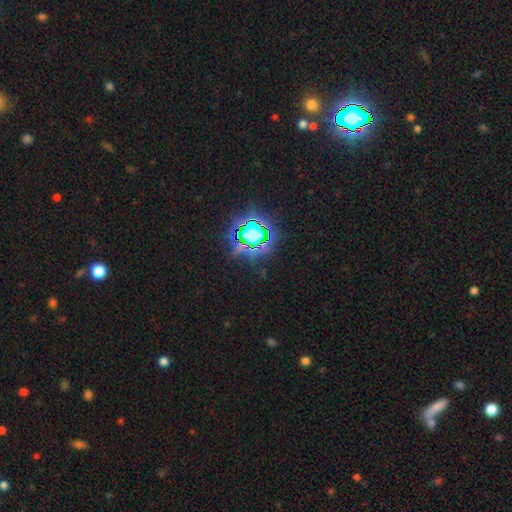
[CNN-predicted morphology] Smooth or featured: star or artifact — 82% (smooth — 11%)